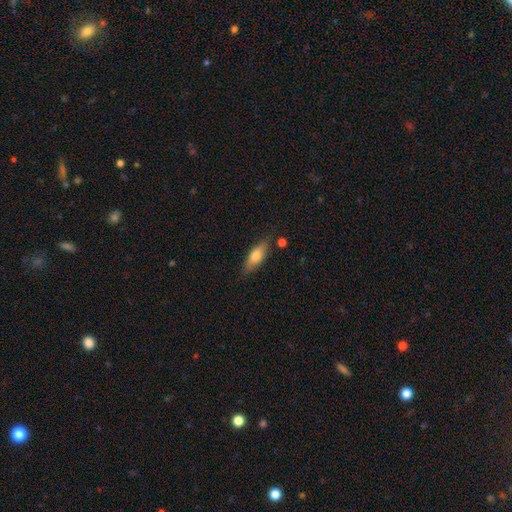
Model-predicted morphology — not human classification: Overall: smooth (68%). How rounded: in between (65%; cigar-shaped 32%). Merging: none (79%).